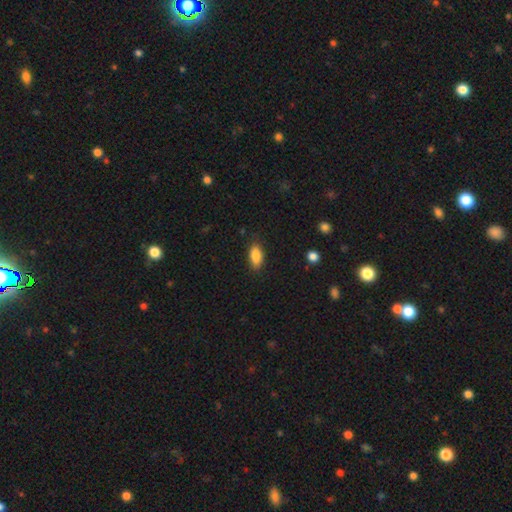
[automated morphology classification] Smooth or featured? Predicted: smooth (p=0.87). How rounded? Predicted: in between (p=0.88). Merging? Predicted: none (p=0.83).